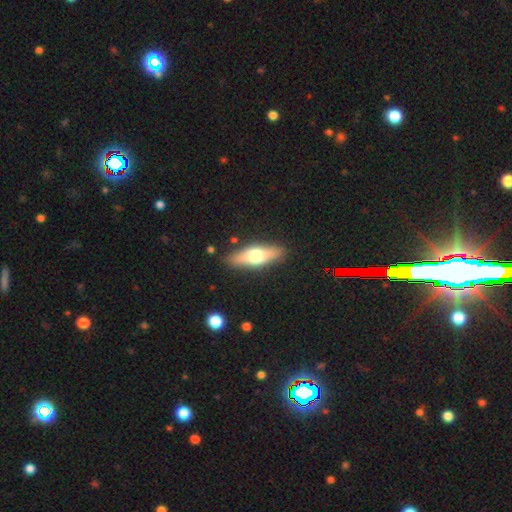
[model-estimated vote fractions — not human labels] Overall: smooth (53%; featured or disk 41%). How rounded: in between (50%; cigar-shaped 47%). Merging: none (87%).